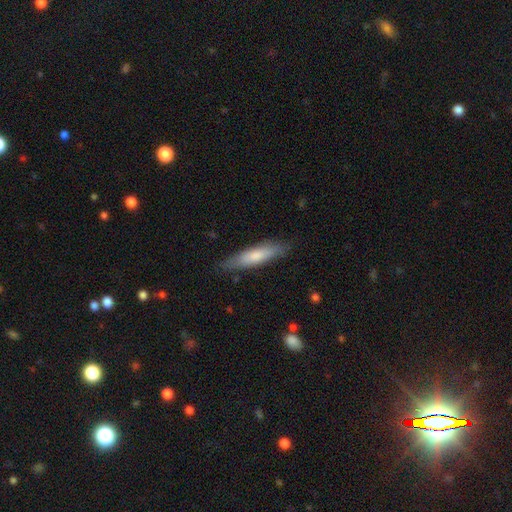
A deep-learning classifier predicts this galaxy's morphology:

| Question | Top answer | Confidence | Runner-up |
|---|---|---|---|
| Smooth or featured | smooth | 69% | featured or disk (25%) |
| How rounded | cigar-shaped | 79% | in between (20%) |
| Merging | none | 83% | minor disturbance (14%) |